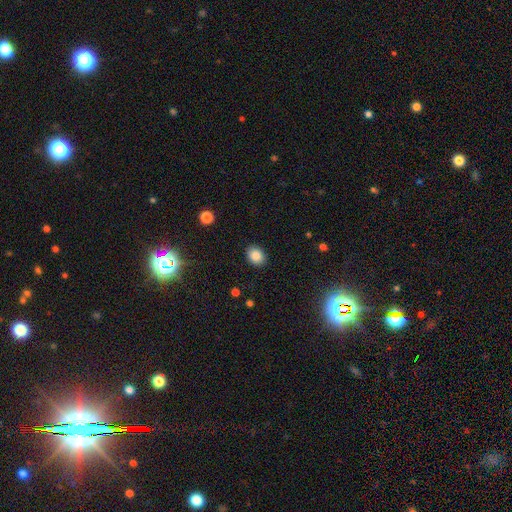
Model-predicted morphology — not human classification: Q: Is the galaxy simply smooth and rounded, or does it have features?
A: smooth — 86%.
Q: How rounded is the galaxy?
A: in between — 52%.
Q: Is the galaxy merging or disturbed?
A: none — 89%.